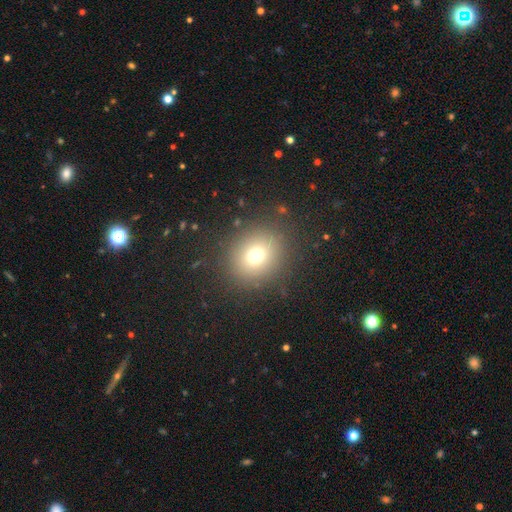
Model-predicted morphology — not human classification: Smooth or featured: smooth — 72% (star or artifact — 18%)
How rounded: round — 80% (in between — 20%)
Merging: none — 86% (minor disturbance — 7%)